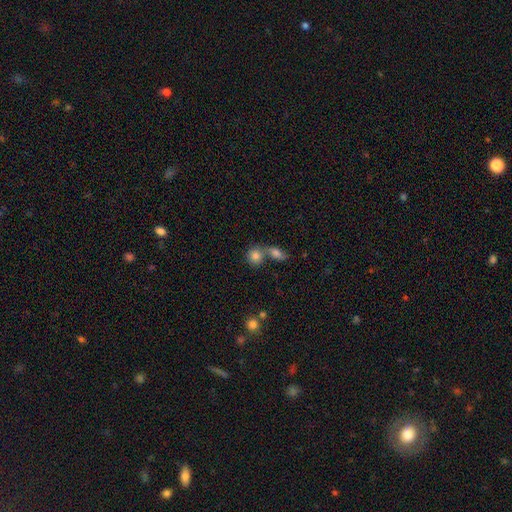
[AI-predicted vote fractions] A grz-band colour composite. It shows a smooth galaxy with no disk features (81%) that is round (78%). Merging: merger (49%).